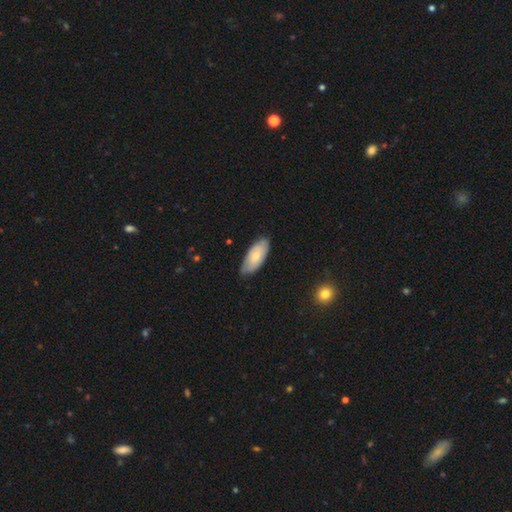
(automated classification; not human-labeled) smooth_or_featured: smooth (p=0.63) [alt: featured or disk p=0.31]
how_rounded: in between (p=0.89) [alt: cigar-shaped p=0.09]
merging: none (p=0.76) [alt: minor disturbance p=0.20]